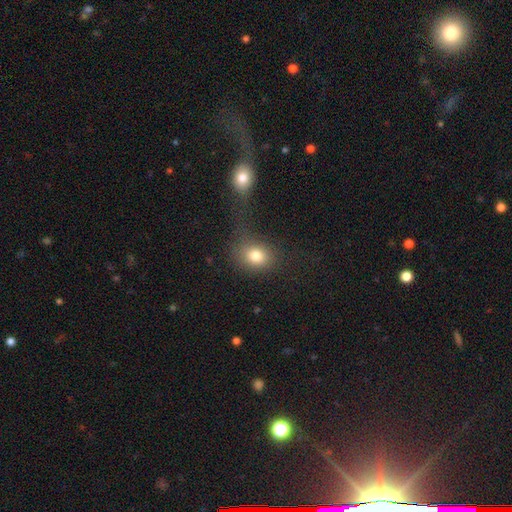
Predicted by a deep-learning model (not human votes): Smooth or featured? Predicted: smooth (p=0.79). How rounded? Predicted: round (p=0.52). Merging? Predicted: none (p=0.56).